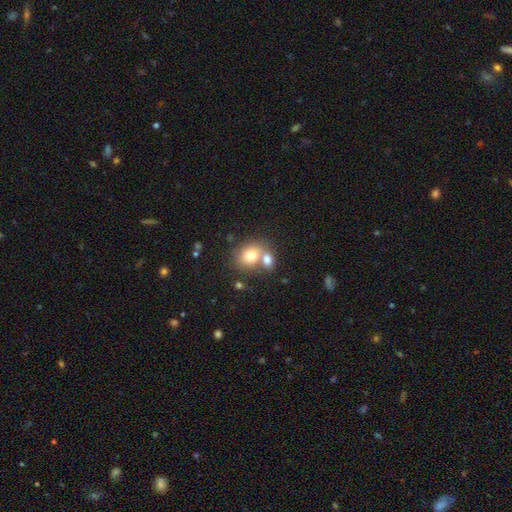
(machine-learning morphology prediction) Smooth or featured: smooth — 72% (featured or disk — 15%)
How rounded: round — 62% (in between — 37%)
Merging: none — 47% (merger — 41%)